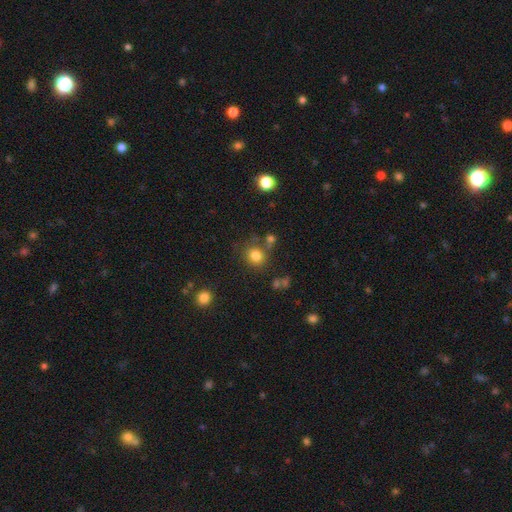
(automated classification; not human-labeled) smooth_or_featured: smooth (p=0.80) [alt: star or artifact p=0.14]
how_rounded: round (p=0.82) [alt: in between p=0.17]
merging: none (p=0.73) [alt: minor disturbance p=0.11]